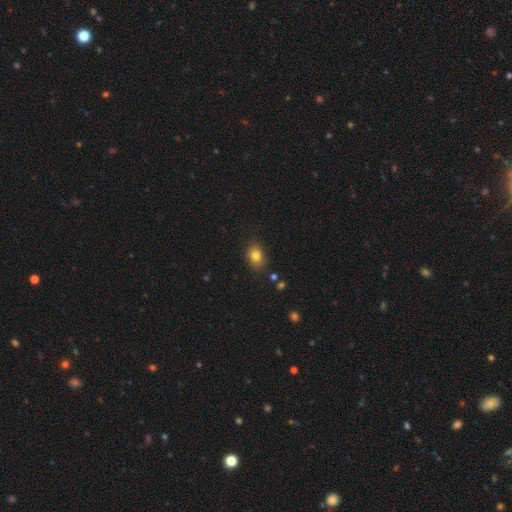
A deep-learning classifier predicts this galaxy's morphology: The model was most divided on "how rounded": in between: 66%, round: 33%, cigar-shaped: 1%. More confident: merging — none (85%); smooth or featured — smooth (80%).